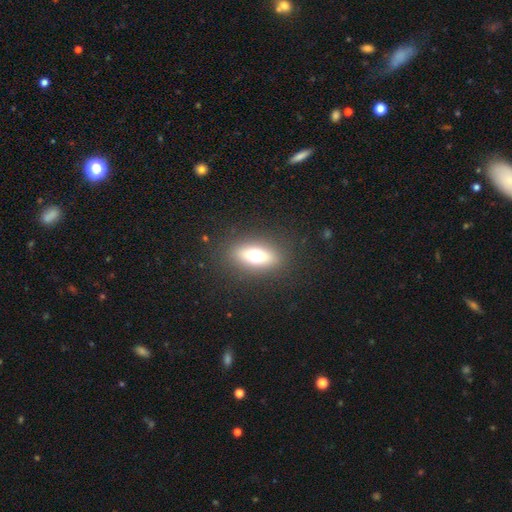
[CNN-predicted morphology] Smooth or featured: smooth — 65% (featured or disk — 25%)
How rounded: in between — 73% (cigar-shaped — 20%)
Merging: none — 86% (minor disturbance — 9%)